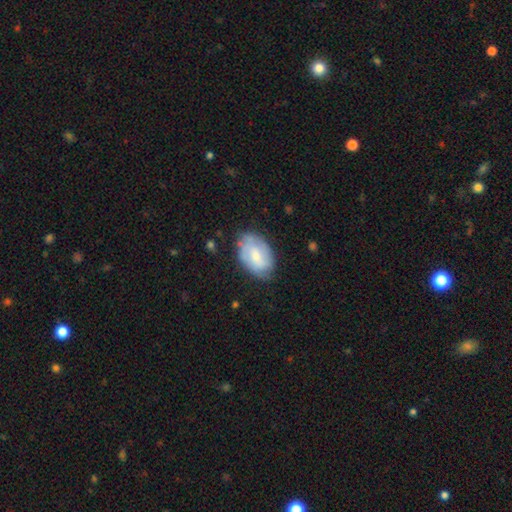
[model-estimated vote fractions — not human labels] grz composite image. It shows a featured or disk galaxy (47%). Merging: none (69%).